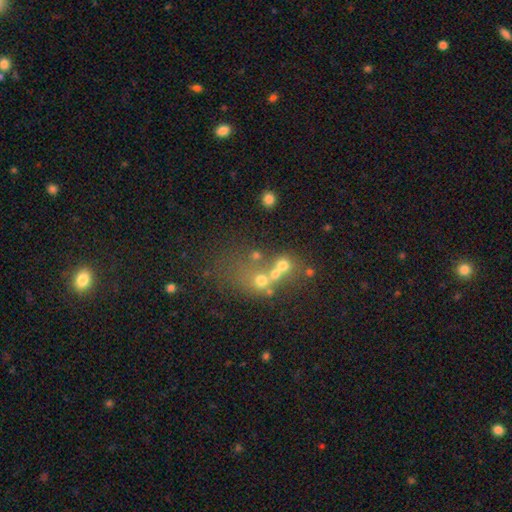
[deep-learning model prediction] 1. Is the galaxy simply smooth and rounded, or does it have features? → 37% smooth, 36% star or artifact, 27% featured or disk.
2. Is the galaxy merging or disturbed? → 48% merger, 34% none, 10% major disturbance, 8% minor disturbance.